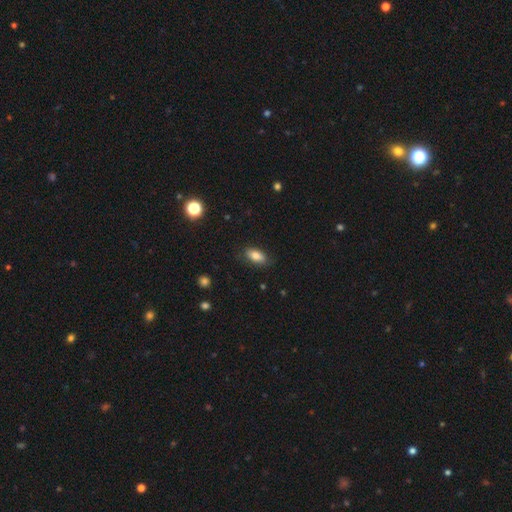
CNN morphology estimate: Overall: smooth (82%). How rounded: in between (89%). Merging: none (83%).